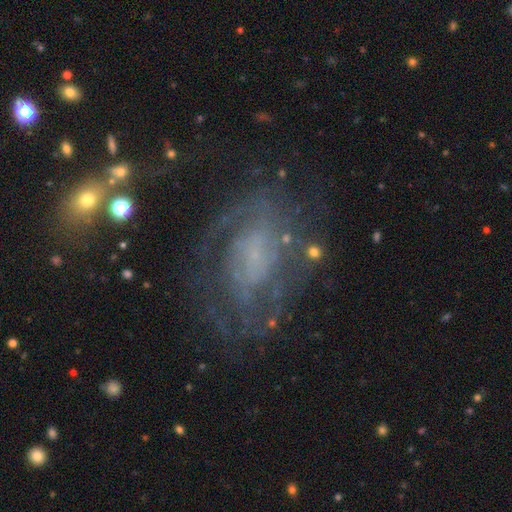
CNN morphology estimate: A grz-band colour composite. It shows a featured or disk galaxy (74%) with no bar (56%), tight (47%) spiral arms (80%) and no central bulge (46%). Merging: none (62%).